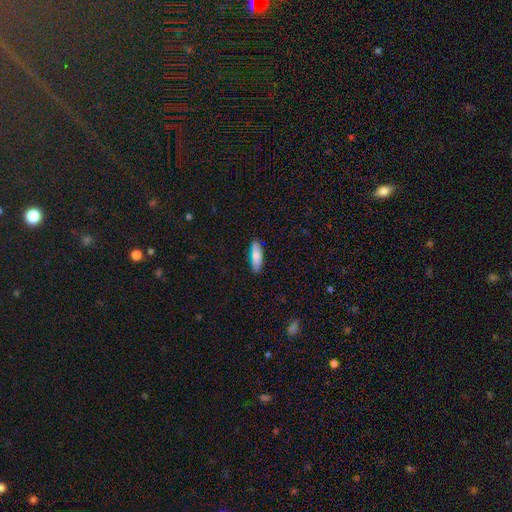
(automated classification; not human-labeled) Morphology: type=smooth (82%); roundness=cigar-shaped (51%); merging=none (85%).